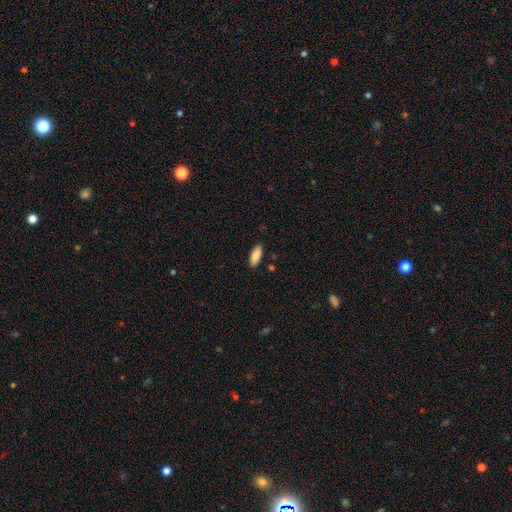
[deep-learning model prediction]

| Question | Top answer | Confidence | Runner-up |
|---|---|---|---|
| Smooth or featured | smooth | 89% | star or artifact (6%) |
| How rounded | in between | 77% | cigar-shaped (21%) |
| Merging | none | 87% | minor disturbance (10%) |